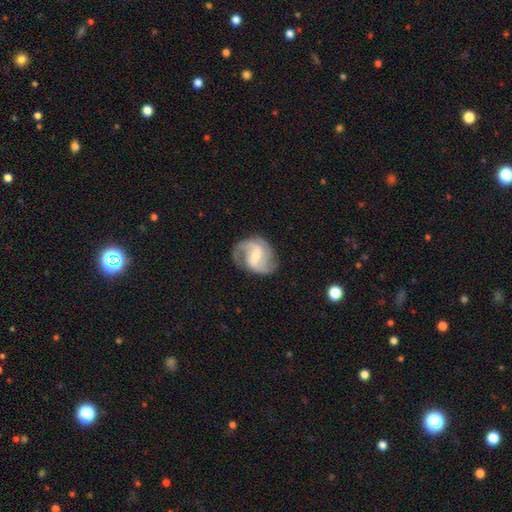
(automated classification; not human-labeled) The model was most divided on "bulge size": small: 47%, moderate: 44%, none: 4%, large: 4%, dominant: 1%. More confident: edge-on disk — no (98%); spiral arms — yes (95%); smooth or featured — featured or disk (84%); spiral arm count — 2 (76%); merging — none (70%); spiral winding — medium (53%); bar — weak (52%).